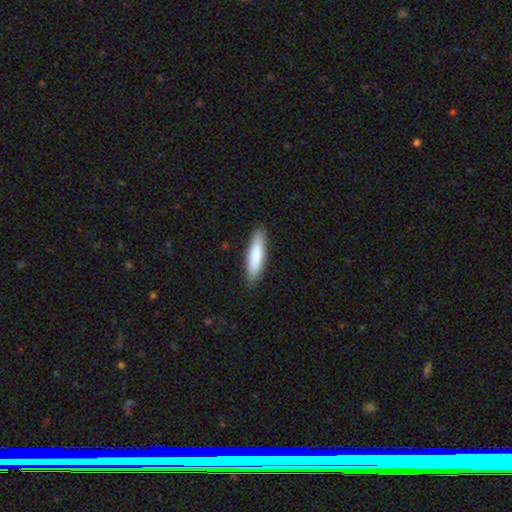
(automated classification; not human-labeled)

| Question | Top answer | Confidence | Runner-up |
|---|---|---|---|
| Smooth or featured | smooth | 80% | featured or disk (15%) |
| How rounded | cigar-shaped | 72% | in between (27%) |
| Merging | none | 88% | minor disturbance (9%) |